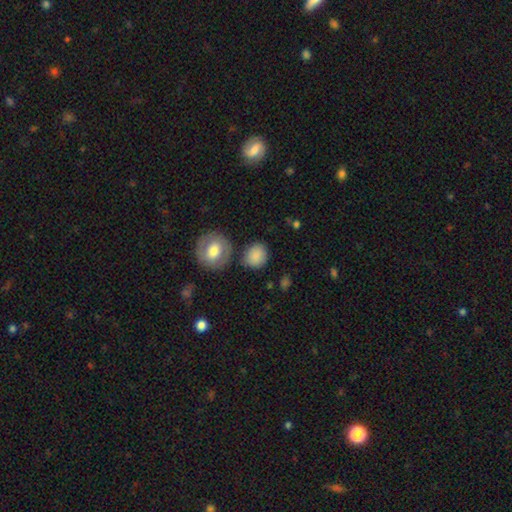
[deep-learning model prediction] Smooth or featured? Predicted: smooth (p=0.85). How rounded? Predicted: round (p=0.77). Merging? Predicted: none (p=0.75).